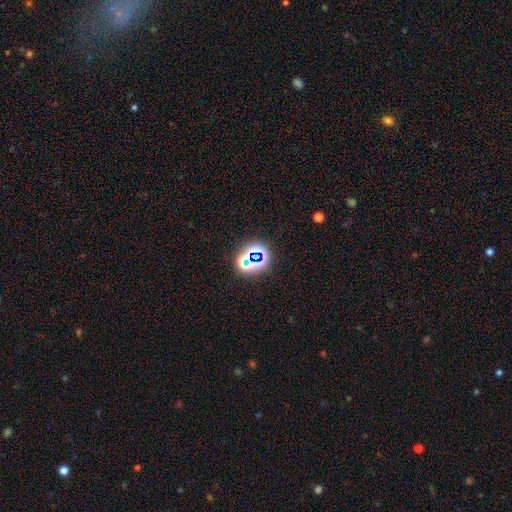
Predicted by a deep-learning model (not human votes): Overall: star or artifact (69%).